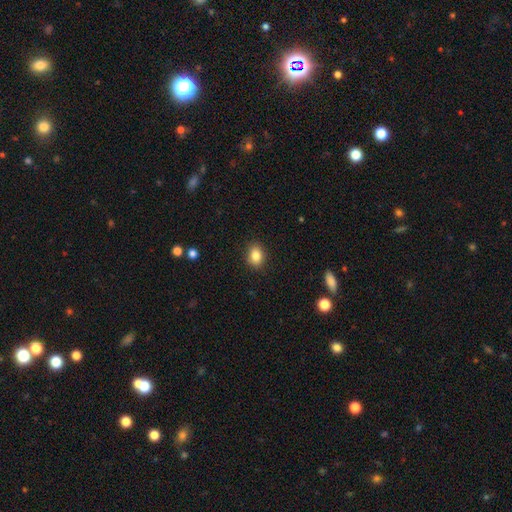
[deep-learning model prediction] smooth-or-featured: smooth: 85% | star or artifact: 9% | featured or disk: 6%
  how-rounded: in between: 65% | round: 34% | cigar-shaped: 1%
  merging: none: 88% | minor disturbance: 8% | major disturbance: 2% | merger: 1%